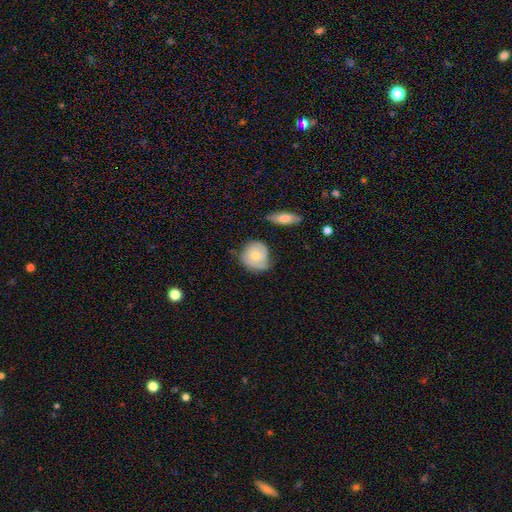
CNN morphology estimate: A smooth galaxy with no disk features (61%) that is round (80%). Merging: none (57%).